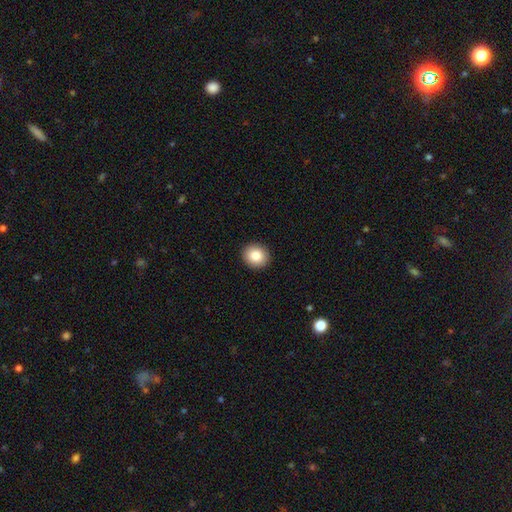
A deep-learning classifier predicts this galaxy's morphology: Smooth or featured? Predicted: smooth (p=0.86). How rounded? Predicted: round (p=0.75). Merging? Predicted: none (p=0.92).